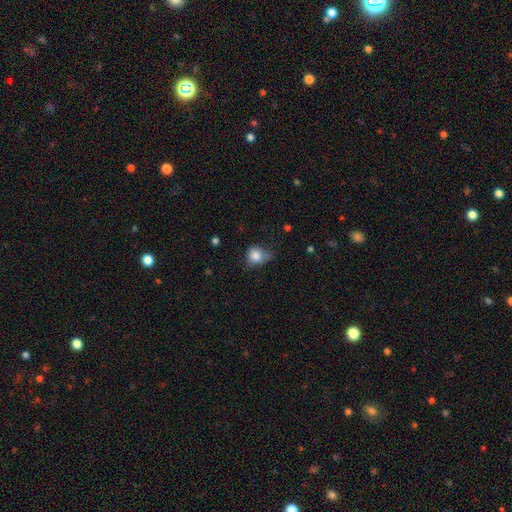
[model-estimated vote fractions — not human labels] Q: Smooth or featured?
A: smooth (80%); runner-up: star or artifact (10%)
Q: How rounded?
A: round (67%); runner-up: in between (31%)
Q: Merging?
A: minor disturbance (40%); runner-up: none (39%)